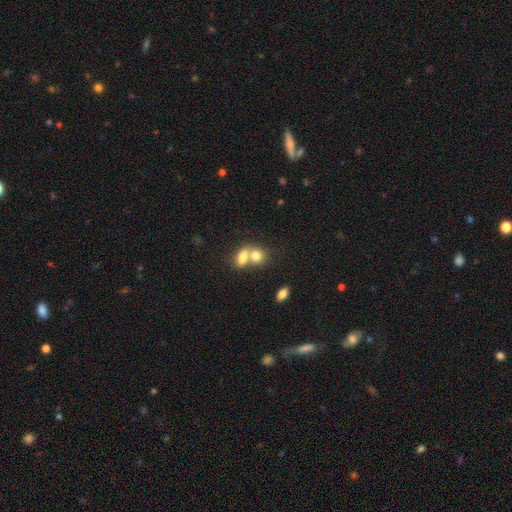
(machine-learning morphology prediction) This is likely a smooth galaxy (79%). How rounded: possibly in between (59%). Merging: likely merger (65%).